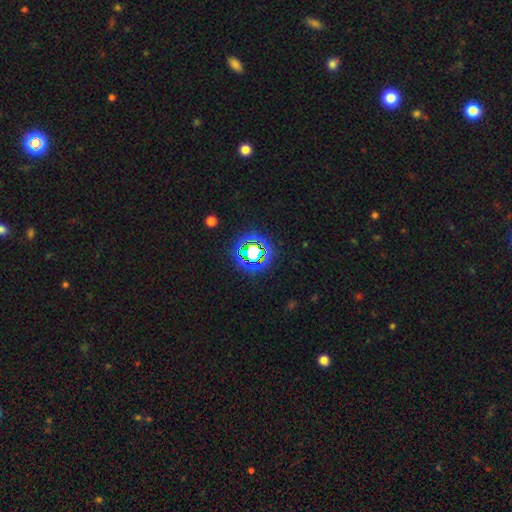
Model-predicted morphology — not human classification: A star or artifact, not a galaxy (66%).